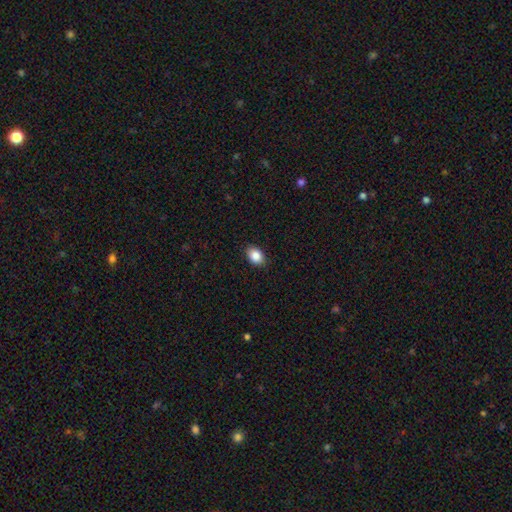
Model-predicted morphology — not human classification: A smooth galaxy with no disk features (87%) that is in between round and cigar-shaped (79%).

Vote fractions:
- Smooth or featured? smooth: 87% / star or artifact: 8% / featured or disk: 4%
- How rounded? in between: 79% / round: 20% / cigar-shaped: 1%
- Merging? none: 89% / minor disturbance: 8% / major disturbance: 2% / merger: 1%